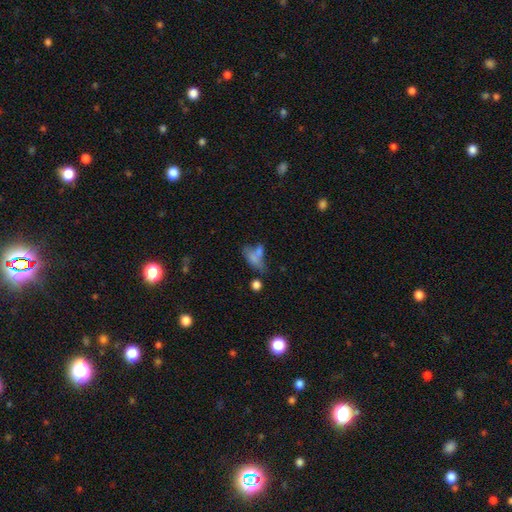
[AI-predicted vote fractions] Overall: smooth (64%; featured or disk 24%). How rounded: in between (78%). Merging: merger (40%; none 28%).